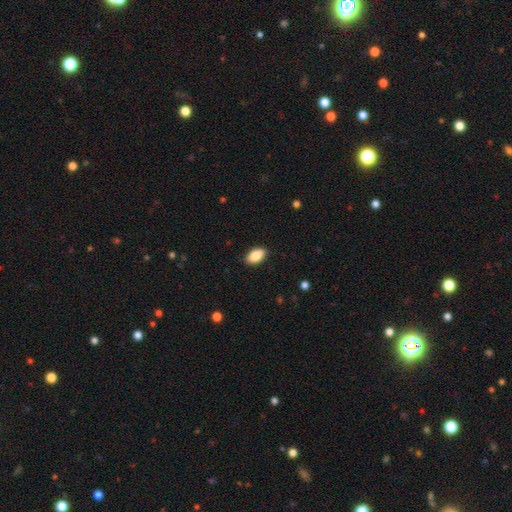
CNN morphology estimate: Smooth or featured? smooth (86%)
How rounded? in between (92%)
Merging? none (87%)